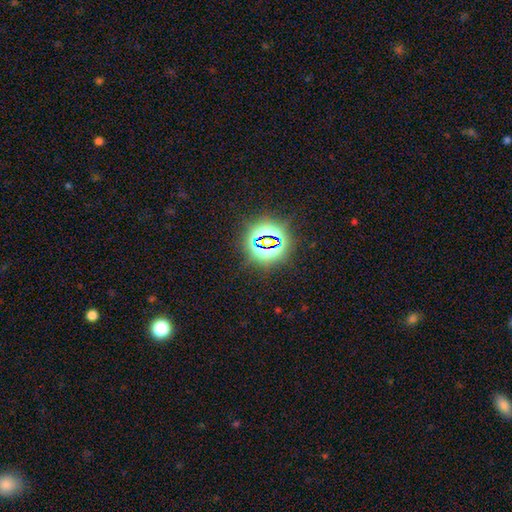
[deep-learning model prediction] A star or artifact, not a galaxy (81%).